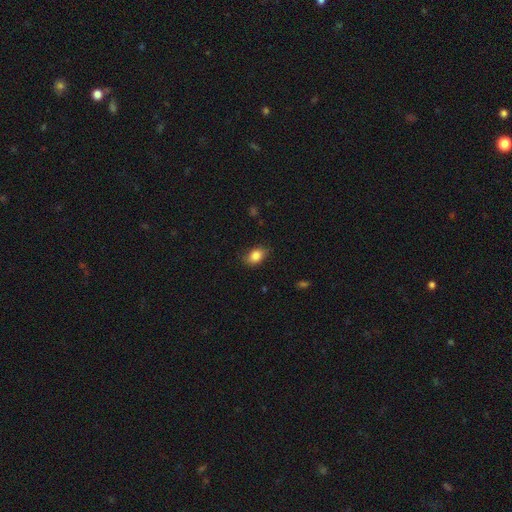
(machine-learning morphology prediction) This appears to be a smooth galaxy with no disk features (85%) that is in between round and cigar-shaped (81%). Merging: none (79%).